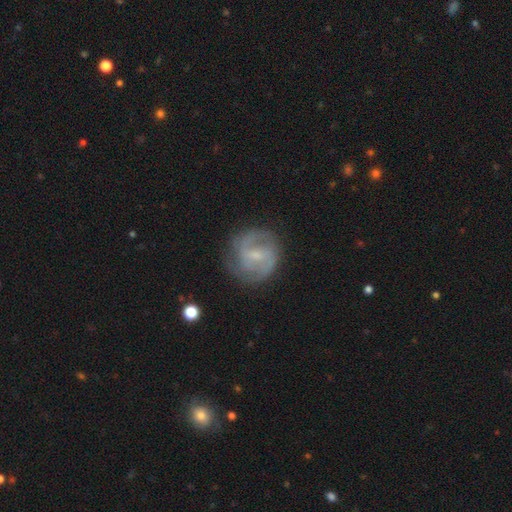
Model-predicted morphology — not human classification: smooth-or-featured: featured or disk: 80% | smooth: 14% | star or artifact: 6%
  disk-edge-on: no: 98% | yes: 2%
    bar: weak: 59% | strong: 21% | no: 20%
    has-spiral-arms: yes: 93% | no: 7%
      spiral-winding: medium: 47% | tight: 37% | loose: 16%
      spiral-arm-count: 2: 71% | can't tell: 14% | 3: 8% | 1: 3% | 4: 2% | more than 4: 2%
    bulge-size: small: 59% | moderate: 27% | none: 12% | large: 2% | dominant: 1%
  merging: none: 75% | minor disturbance: 17% | major disturbance: 7% | merger: 1%